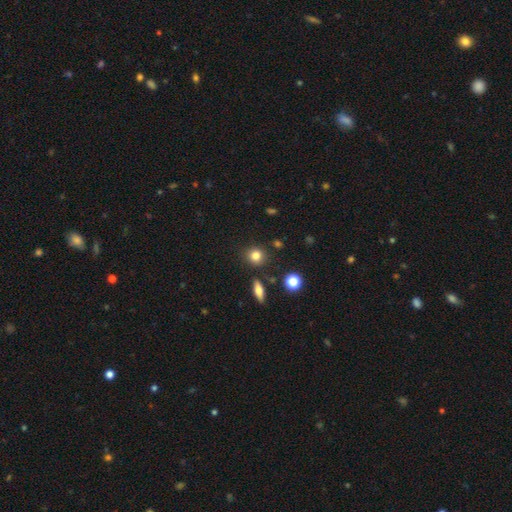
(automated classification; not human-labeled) This is clearly a smooth galaxy (81%). How rounded: clearly round (85%). Merging: clearly none (85%).